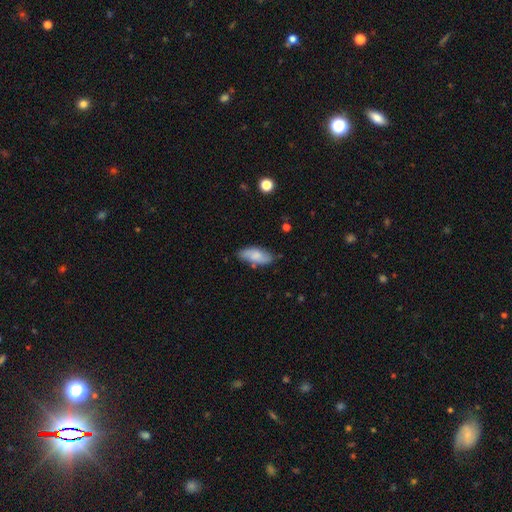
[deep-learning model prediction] Smooth or featured? smooth (73%)
How rounded? in between (84%)
Merging? none (73%)